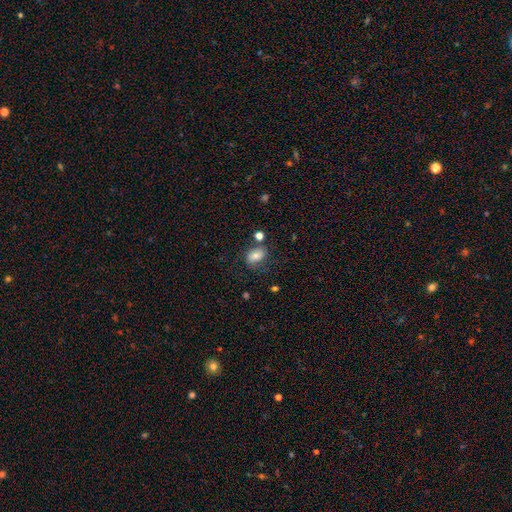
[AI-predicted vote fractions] smooth-or-featured: smooth: 72% | featured or disk: 17% | star or artifact: 11%
  how-rounded: in between: 76% | round: 22% | cigar-shaped: 1%
  merging: none: 62% | minor disturbance: 20% | major disturbance: 9% | merger: 9%